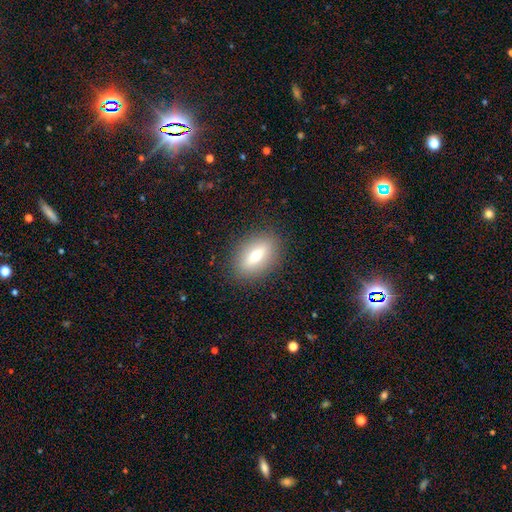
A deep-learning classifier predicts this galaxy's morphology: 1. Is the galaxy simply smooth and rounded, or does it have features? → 63% smooth, 28% featured or disk, 9% star or artifact.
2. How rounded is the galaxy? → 73% in between, 18% cigar-shaped, 8% round.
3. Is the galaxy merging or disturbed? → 87% none, 9% minor disturbance, 3% major disturbance, 1% merger.